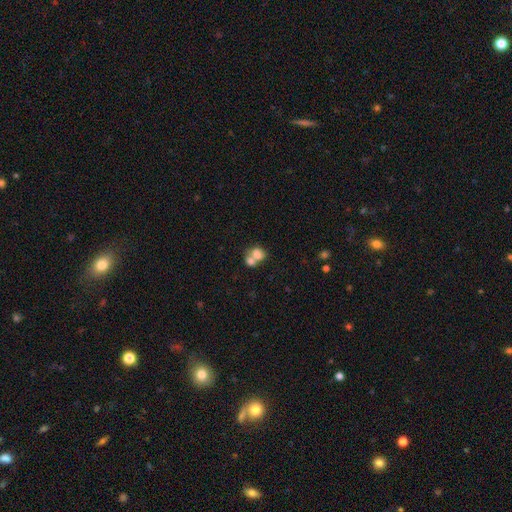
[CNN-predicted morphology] A smooth galaxy with no disk features (74%) that is in between round and cigar-shaped (56%).

Vote fractions:
- Smooth or featured? smooth: 74% / featured or disk: 16% / star or artifact: 10%
- How rounded? in between: 56% / round: 43% / cigar-shaped: 1%
- Merging? merger: 67% / none: 23% / minor disturbance: 6% / major disturbance: 4%